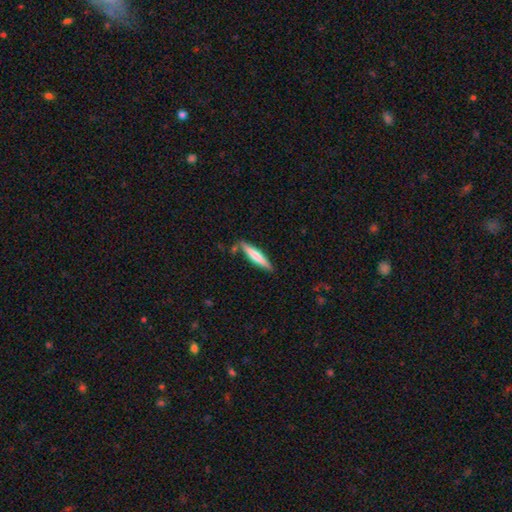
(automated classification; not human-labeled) Smooth or featured?
  - smooth: 66% *
  - featured or disk: 29%
  - star or artifact: 5%
How rounded?
  - cigar-shaped: 90% *
  - in between: 9%
  - round: 1%
Merging?
  - none: 80% *
  - minor disturbance: 13%
  - merger: 5%
  - major disturbance: 3%